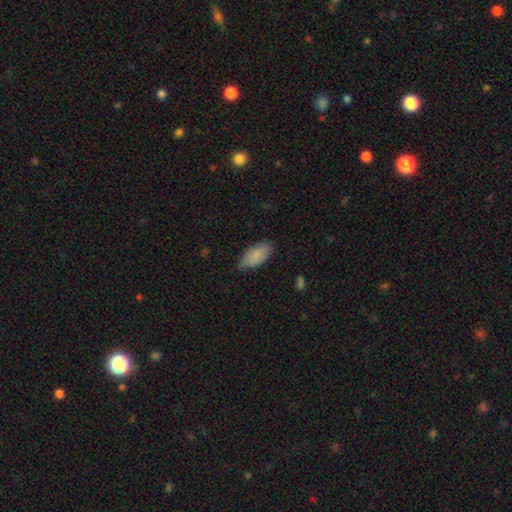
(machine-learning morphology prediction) This appears to be a smooth galaxy with no disk features (86%) that is in between round and cigar-shaped (92%). Merging: none (72%).